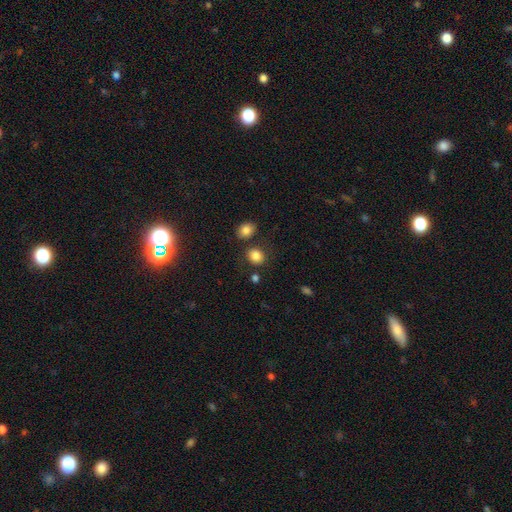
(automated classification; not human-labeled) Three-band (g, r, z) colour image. It shows a smooth galaxy with no disk features (83%) that is round (68%). Merging: none (77%).